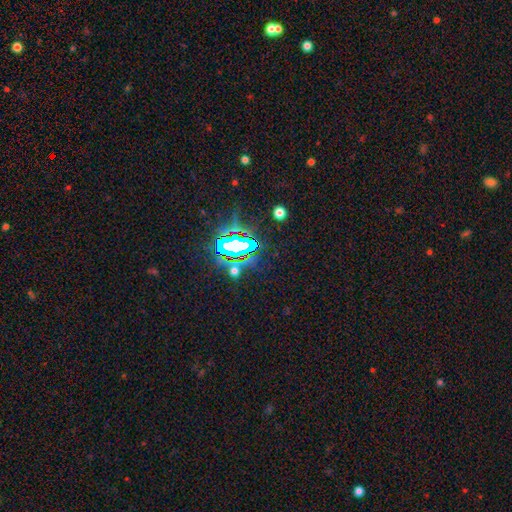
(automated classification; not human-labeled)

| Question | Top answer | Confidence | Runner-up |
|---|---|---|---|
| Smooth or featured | star or artifact | 80% | smooth (12%) |